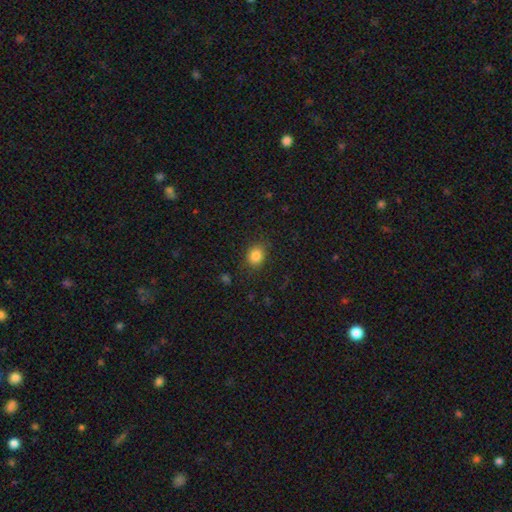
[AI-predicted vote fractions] smooth_or_featured: smooth (p=0.84) [alt: star or artifact p=0.11]
how_rounded: round (p=0.58) [alt: in between p=0.41]
merging: none (p=0.83) [alt: minor disturbance p=0.12]